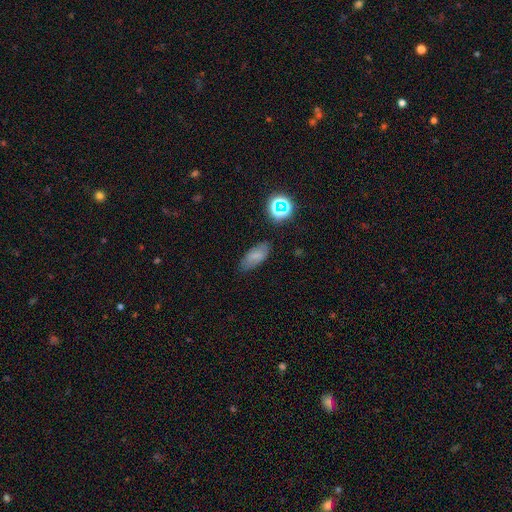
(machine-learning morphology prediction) Smooth or featured? smooth (72%)
How rounded? in between (87%)
Merging? none (77%)